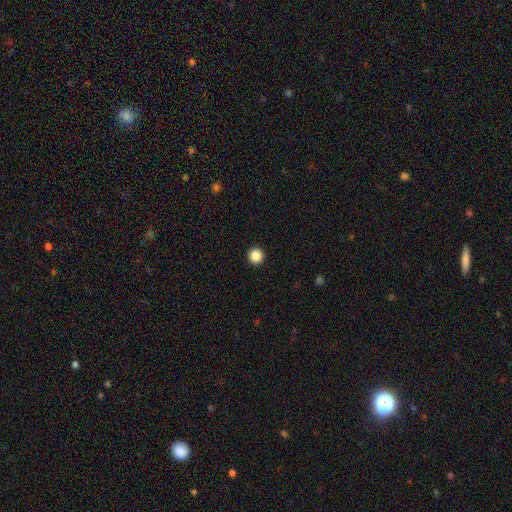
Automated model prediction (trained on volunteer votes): smooth_or_featured: smooth (p=0.88) [alt: star or artifact p=0.10]
how_rounded: round (p=0.96) [alt: in between p=0.03]
merging: none (p=0.94) [alt: minor disturbance p=0.04]